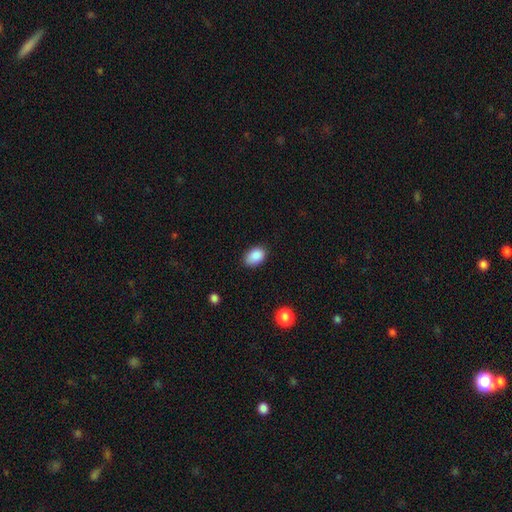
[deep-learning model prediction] The model was most divided on "merging": none: 80%, minor disturbance: 16%, major disturbance: 3%, merger: 1%. More confident: smooth or featured — smooth (88%); how rounded — in between (85%).